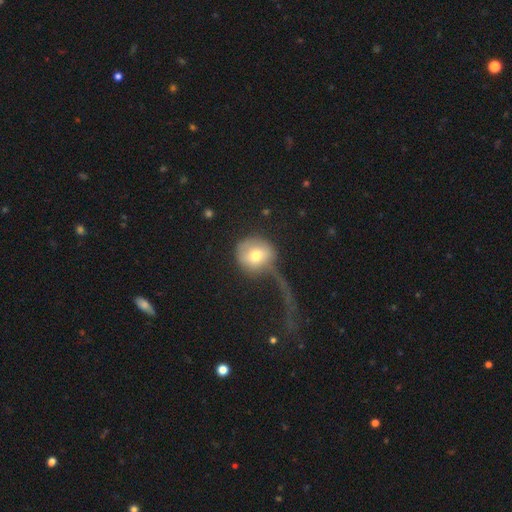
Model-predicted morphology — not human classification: smooth-or-featured: smooth: 68% | featured or disk: 24% | star or artifact: 8%
  how-rounded: round: 87% | in between: 12% | cigar-shaped: 1%
  merging: major disturbance: 54% | none: 25% | minor disturbance: 14% | merger: 7%